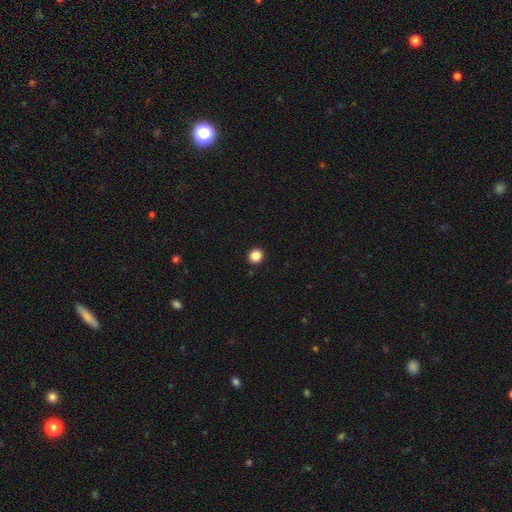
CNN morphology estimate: Smooth or featured? Predicted: smooth (p=0.86). How rounded? Predicted: round (p=0.91). Merging? Predicted: none (p=0.93).